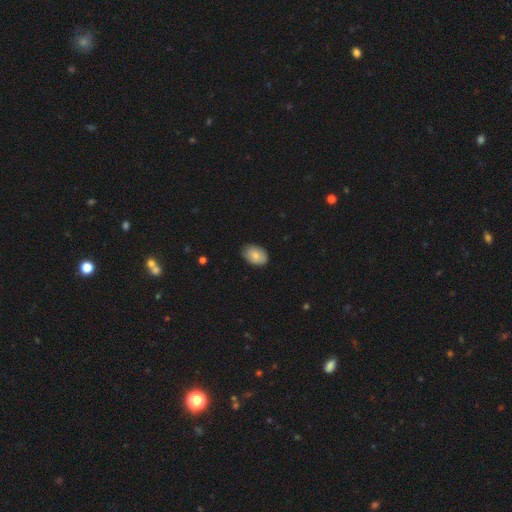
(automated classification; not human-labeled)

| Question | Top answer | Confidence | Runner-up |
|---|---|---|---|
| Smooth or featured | smooth | 80% | featured or disk (13%) |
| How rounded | in between | 86% | round (13%) |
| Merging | none | 85% | minor disturbance (12%) |